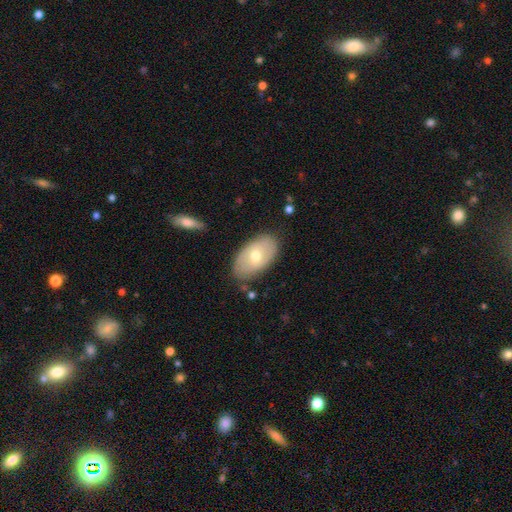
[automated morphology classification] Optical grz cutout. It shows a smooth galaxy with no disk features (58%) that is in between round and cigar-shaped (93%). Merging: none (79%).